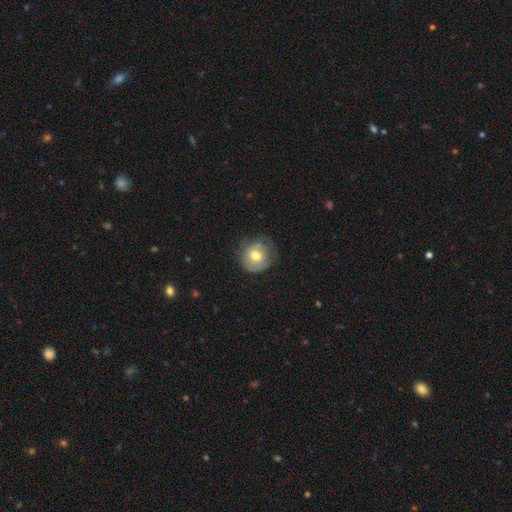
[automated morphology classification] This appears to be a smooth galaxy with no disk features (65%) that is round (81%). Merging: none (62%).